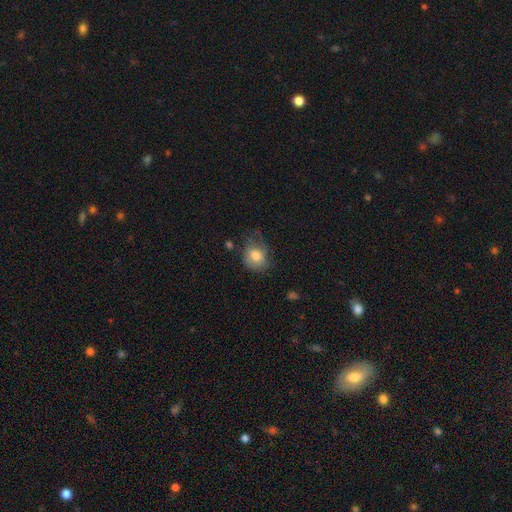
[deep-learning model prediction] Q: Smooth or featured?
A: smooth (75%); runner-up: featured or disk (17%)
Q: How rounded?
A: round (59%); runner-up: in between (40%)
Q: Merging?
A: none (47%); runner-up: minor disturbance (32%)